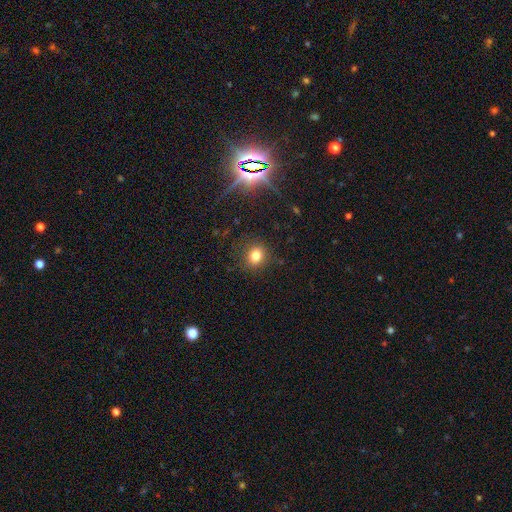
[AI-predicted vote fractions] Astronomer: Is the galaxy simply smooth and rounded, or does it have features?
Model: smooth — 79%.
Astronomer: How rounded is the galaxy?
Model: round — 76%.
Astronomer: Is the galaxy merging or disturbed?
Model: none — 85%.